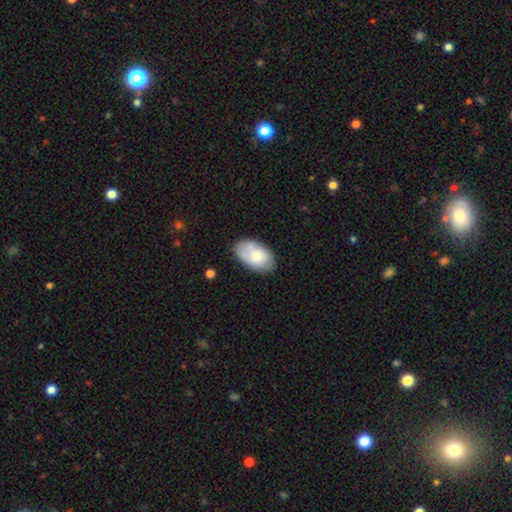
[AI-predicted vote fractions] smooth-or-featured: smooth: 70% | featured or disk: 24% | star or artifact: 6%
  how-rounded: in between: 93% | round: 6% | cigar-shaped: 1%
  merging: none: 72% | minor disturbance: 20% | major disturbance: 5% | merger: 3%